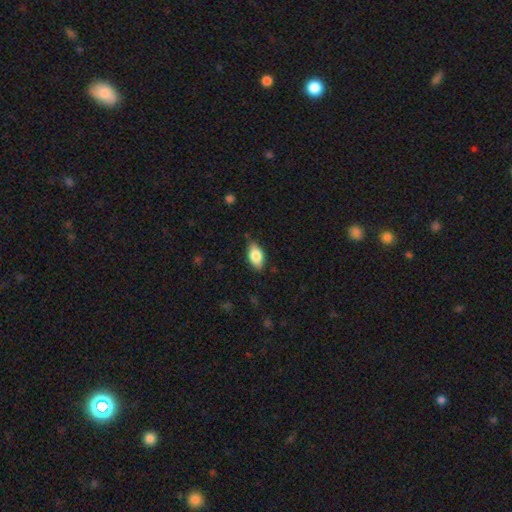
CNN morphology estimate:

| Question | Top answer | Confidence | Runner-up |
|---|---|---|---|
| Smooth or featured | smooth | 81% | featured or disk (12%) |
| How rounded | in between | 91% | round (5%) |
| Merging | none | 81% | minor disturbance (15%) |